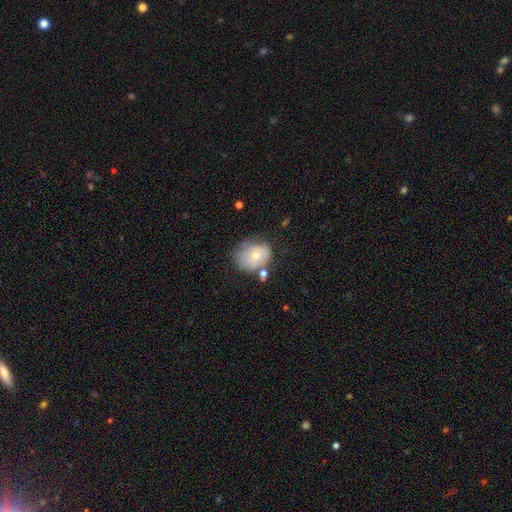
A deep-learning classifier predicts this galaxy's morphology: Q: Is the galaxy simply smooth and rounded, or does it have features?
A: smooth — 64%.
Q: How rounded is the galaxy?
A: round — 51%.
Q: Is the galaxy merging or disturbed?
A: none — 43%.